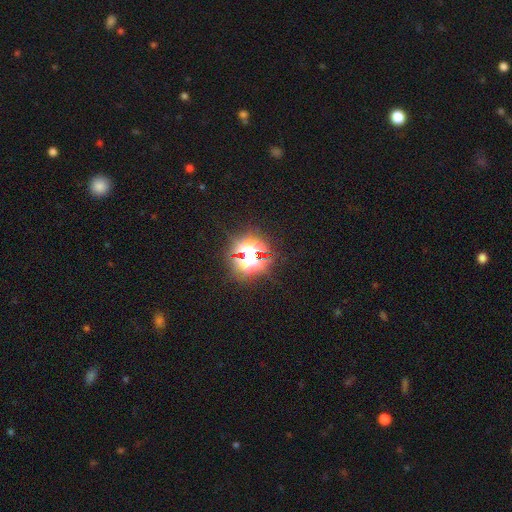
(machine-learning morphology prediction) The model was most divided on "smooth or featured": star or artifact: 68%, smooth: 20%, featured or disk: 11%.